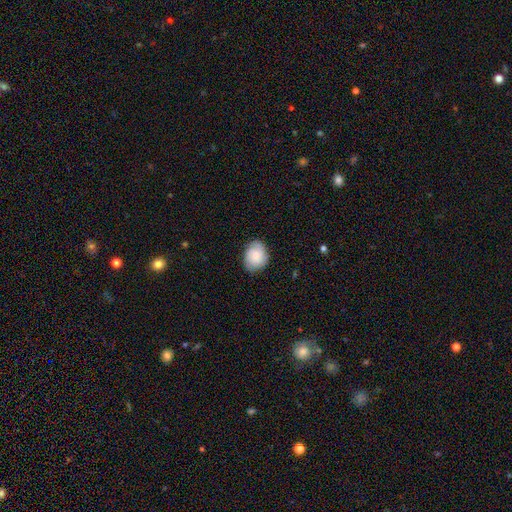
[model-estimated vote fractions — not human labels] smooth_or_featured: smooth (p=0.57) [alt: featured or disk p=0.36]
how_rounded: round (p=0.53) [alt: in between p=0.46]
merging: none (p=0.77) [alt: minor disturbance p=0.18]